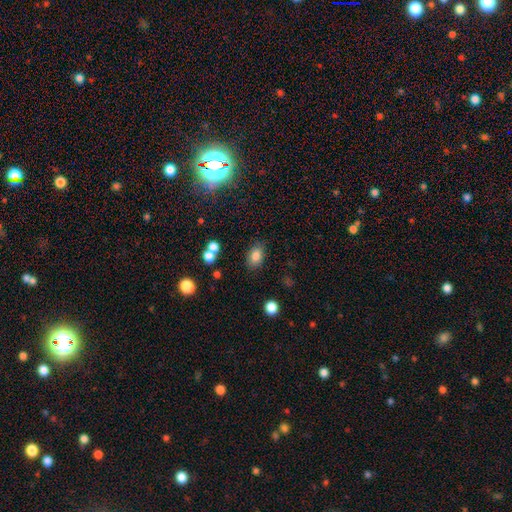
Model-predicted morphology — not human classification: Smooth or featured? Predicted: smooth (p=0.81). How rounded? Predicted: in between (p=0.82). Merging? Predicted: none (p=0.80).